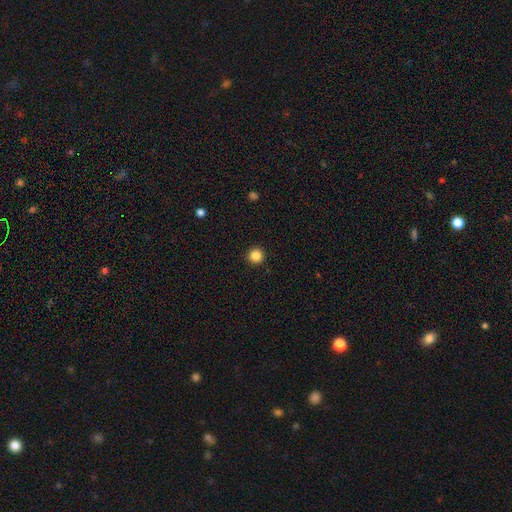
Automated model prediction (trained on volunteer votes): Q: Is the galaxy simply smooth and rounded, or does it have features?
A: smooth — 85%.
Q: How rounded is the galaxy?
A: round — 96%.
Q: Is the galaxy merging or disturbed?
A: none — 93%.